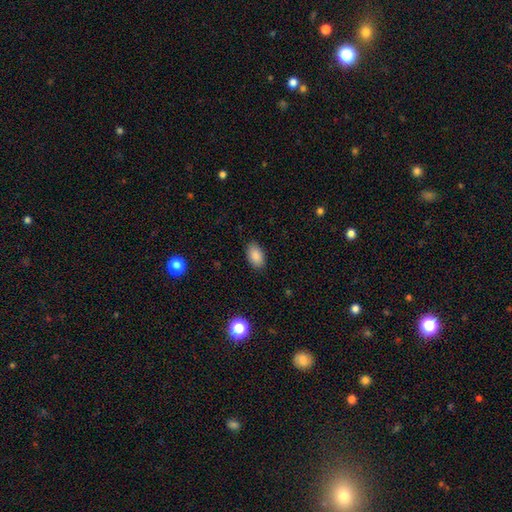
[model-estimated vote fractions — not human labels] A smooth galaxy with no disk features (87%) that is in between round and cigar-shaped (93%). Merging: none (87%).